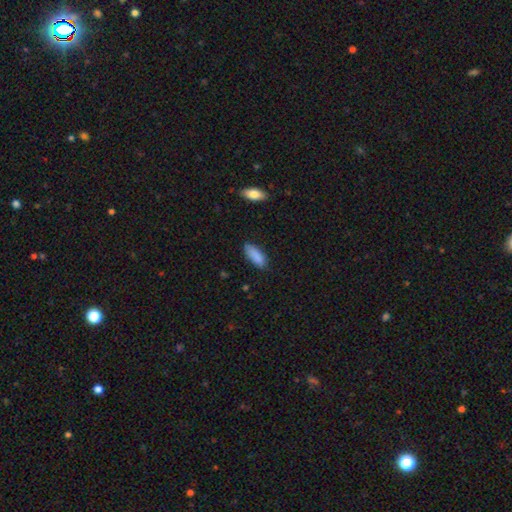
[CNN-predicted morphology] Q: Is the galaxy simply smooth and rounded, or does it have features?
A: smooth — 89%.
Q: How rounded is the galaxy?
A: in between — 74%.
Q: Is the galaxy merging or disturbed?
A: none — 79%.